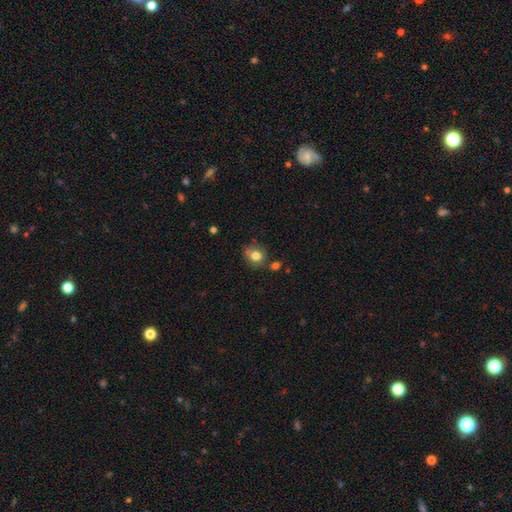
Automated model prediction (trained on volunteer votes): Smooth or featured? smooth (78%)
How rounded? round (74%)
Merging? none (67%)